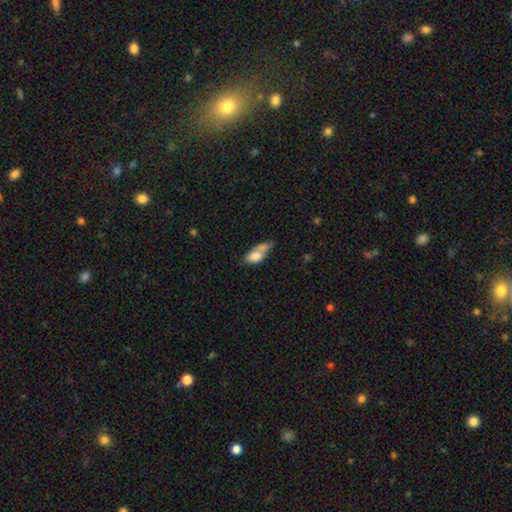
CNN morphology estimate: This is likely a smooth galaxy (71%). How rounded: likely in between (79%). Merging: marginally merger (37%).